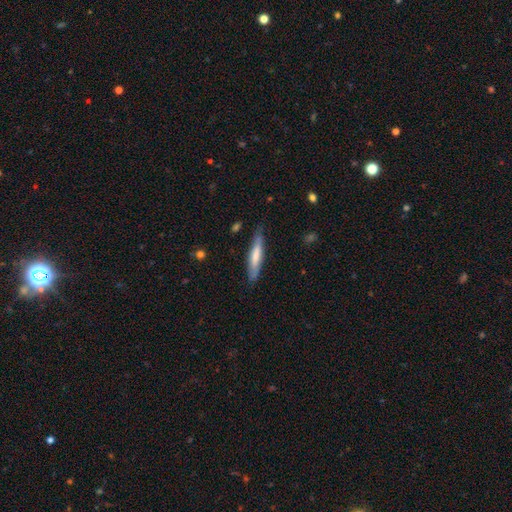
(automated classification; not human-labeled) smooth 65%, featured or disk 30%, star or artifact 5%. Down the decision tree: how rounded — cigar-shaped (85%); merging — none (78%).